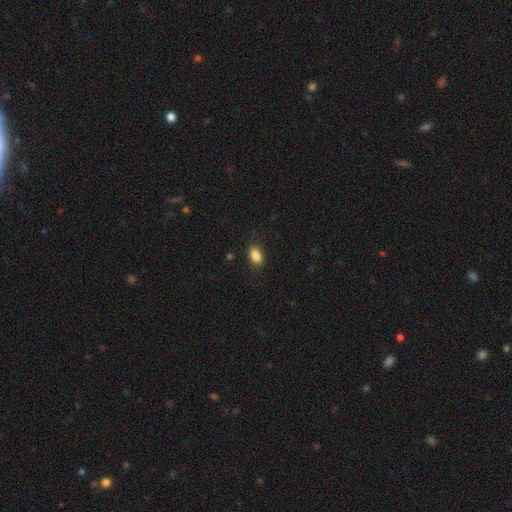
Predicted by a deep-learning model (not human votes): A smooth galaxy with no disk features (88%) that is in between round and cigar-shaped (89%).

Vote fractions:
- Smooth or featured? smooth: 88% / star or artifact: 8% / featured or disk: 4%
- How rounded? in between: 89% / round: 8% / cigar-shaped: 3%
- Merging? none: 85% / minor disturbance: 11% / major disturbance: 3% / merger: 1%